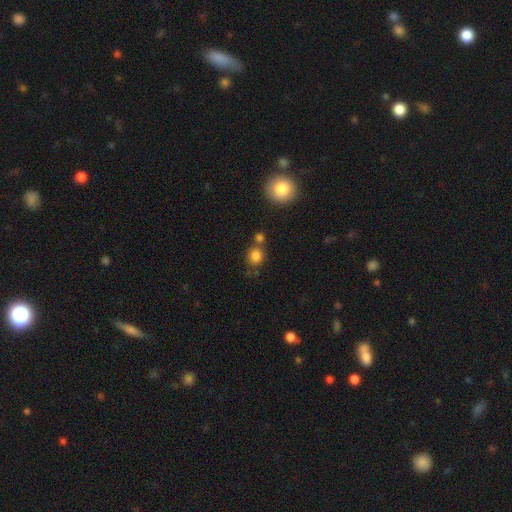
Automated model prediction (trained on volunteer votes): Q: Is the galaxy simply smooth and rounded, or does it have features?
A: smooth — 81%.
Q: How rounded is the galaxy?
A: round — 75%.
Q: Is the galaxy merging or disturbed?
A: none — 59%.